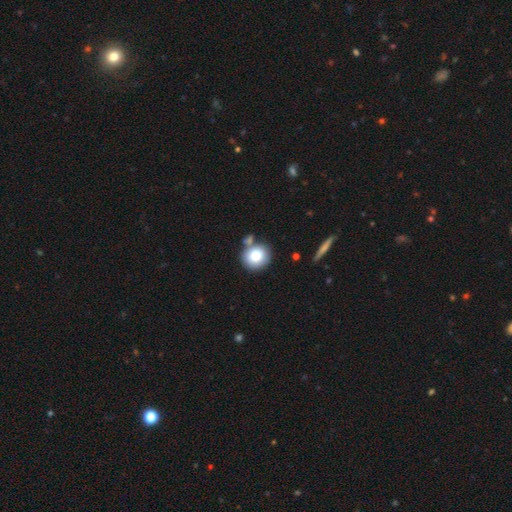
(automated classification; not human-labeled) Smooth or featured: smooth — 82% (featured or disk — 9%)
How rounded: round — 82% (in between — 17%)
Merging: none — 68% (merger — 16%)